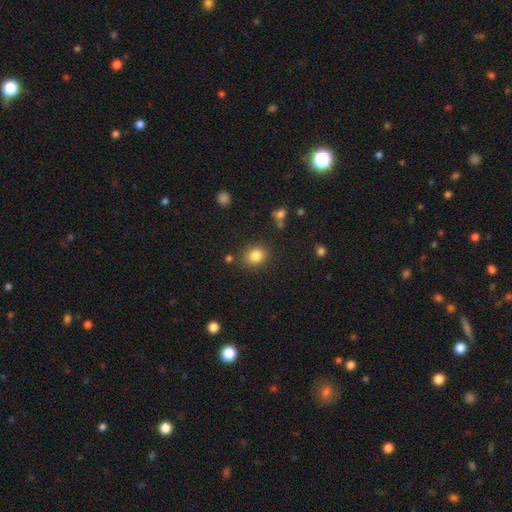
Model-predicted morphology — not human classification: type=smooth (83%); roundness=round (65%); merging=none (84%).